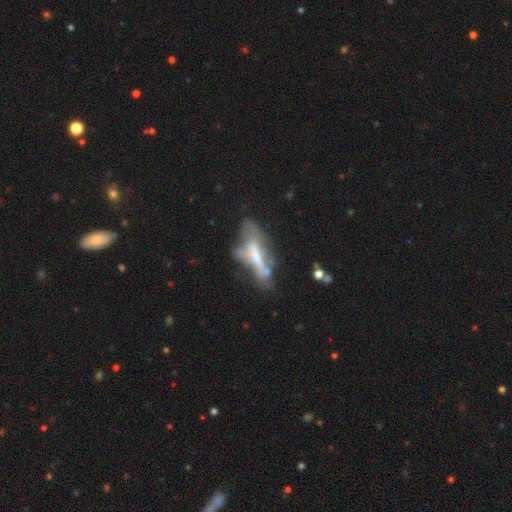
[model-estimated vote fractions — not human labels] Q: Smooth or featured?
A: featured or disk (55%); runner-up: smooth (34%)
Q: Edge-on disk?
A: no (63%); runner-up: yes (37%)
Q: Merging?
A: major disturbance (31%); runner-up: none (29%)